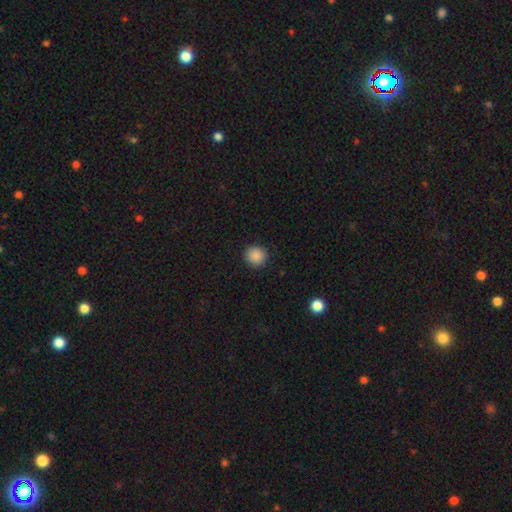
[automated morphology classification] Smooth or featured? Predicted: smooth (p=0.89). How rounded? Predicted: round (p=0.92). Merging? Predicted: none (p=0.91).